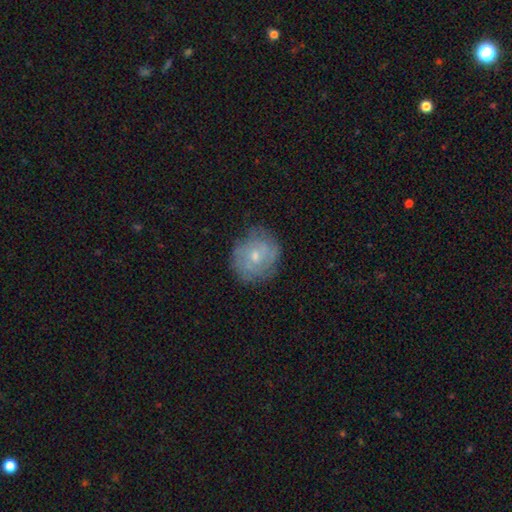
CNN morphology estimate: A featured or disk galaxy (52%) with no bar (71%), spiral arms (69%) and a small central bulge (52%).

Vote fractions:
- Smooth or featured? featured or disk: 52% / smooth: 40% / star or artifact: 8%
- Edge-on disk? no: 97% / yes: 3%
- Bar? no: 71% / weak: 26% / strong: 4%
- Spiral arms? yes: 69% / no: 31%
- Bulge size? small: 52% / moderate: 44% / none: 2% / large: 2% / dominant: 1%
- Merging? none: 72% / minor disturbance: 20% / major disturbance: 6% / merger: 1%